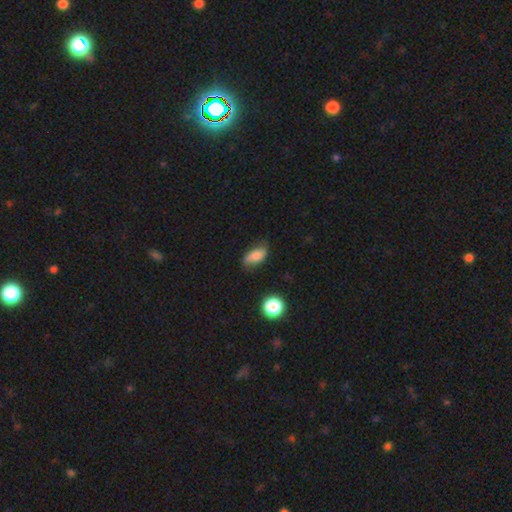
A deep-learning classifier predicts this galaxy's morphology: A smooth galaxy with no disk features (72%) that is in between round and cigar-shaped (84%).

Vote fractions:
- Smooth or featured? smooth: 72% / featured or disk: 18% / star or artifact: 10%
- How rounded? in between: 84% / cigar-shaped: 9% / round: 7%
- Merging? none: 67% / minor disturbance: 25% / major disturbance: 6% / merger: 2%